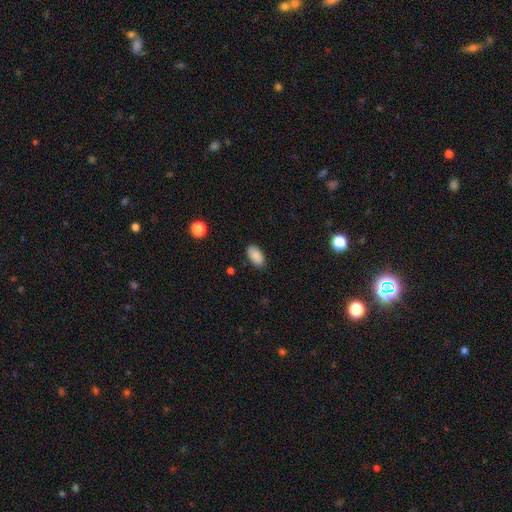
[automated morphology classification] Q: Smooth or featured?
A: smooth (89%); runner-up: star or artifact (8%)
Q: How rounded?
A: in between (94%); runner-up: round (4%)
Q: Merging?
A: none (86%); runner-up: minor disturbance (11%)